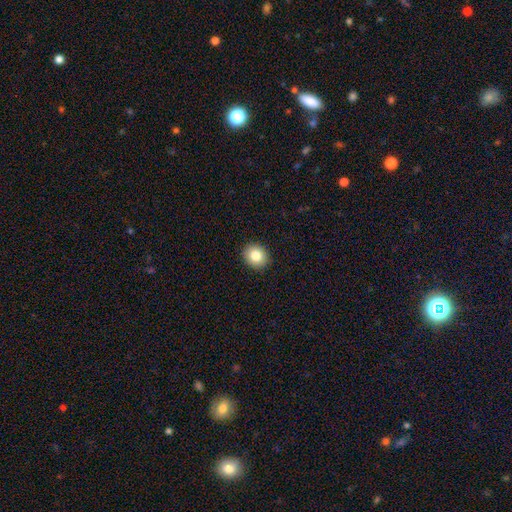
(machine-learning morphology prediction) A smooth galaxy with no disk features (83%) that is round (73%). Merging: none (92%).